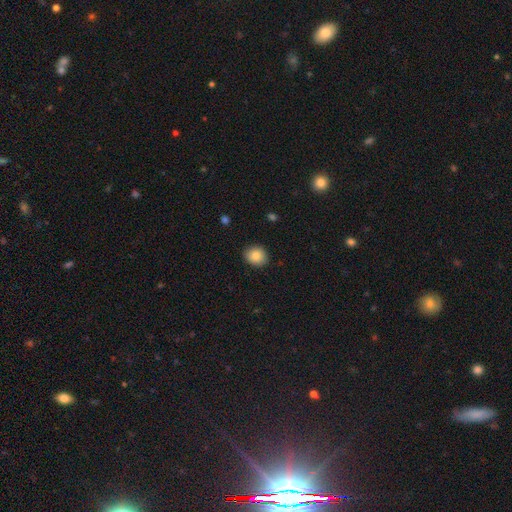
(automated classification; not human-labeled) A smooth galaxy with no disk features (84%) that is round (71%).

Vote fractions:
- Smooth or featured? smooth: 84% / star or artifact: 9% / featured or disk: 7%
- How rounded? round: 71% / in between: 28% / cigar-shaped: 1%
- Merging? none: 89% / minor disturbance: 8% / major disturbance: 2% / merger: 1%